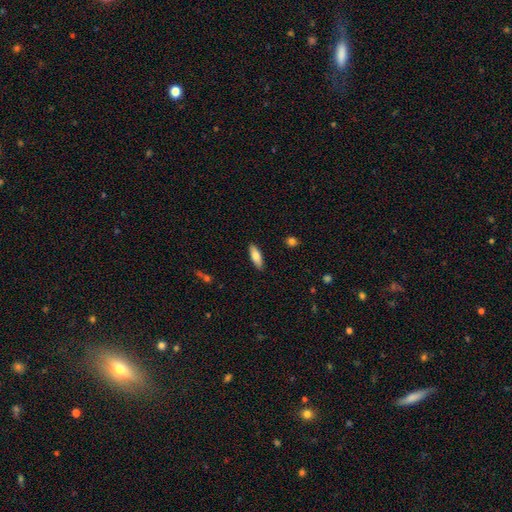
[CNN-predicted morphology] type=smooth (77%); roundness=in between (60%); merging=none (89%).